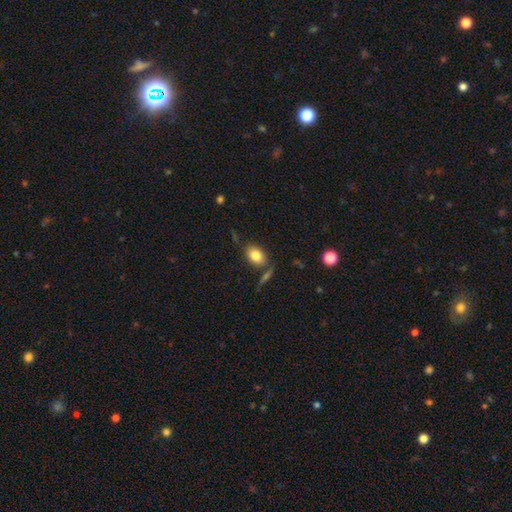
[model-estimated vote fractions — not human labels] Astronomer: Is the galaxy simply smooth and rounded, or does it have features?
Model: smooth — 81%.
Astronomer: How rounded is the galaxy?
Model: in between — 78%.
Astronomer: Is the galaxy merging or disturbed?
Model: none — 70%.